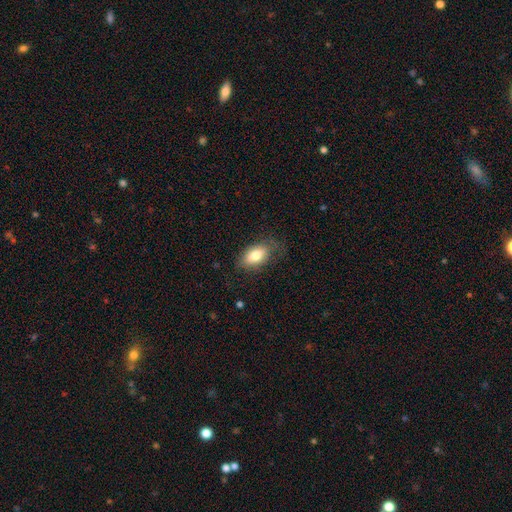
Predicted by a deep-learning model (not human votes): Smooth or featured? smooth (80%)
How rounded? in between (91%)
Merging? none (70%)